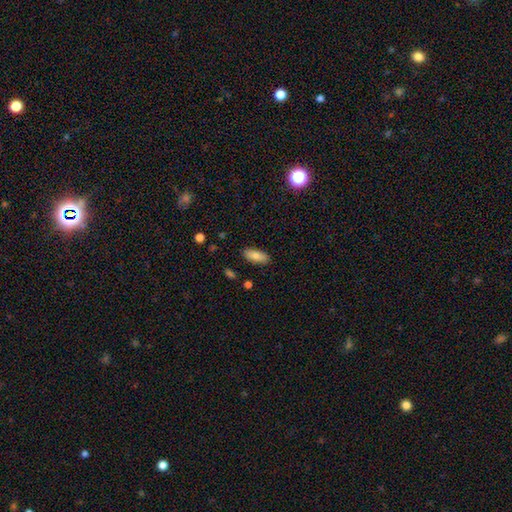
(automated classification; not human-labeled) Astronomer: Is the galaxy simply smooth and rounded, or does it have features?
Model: smooth — 81%.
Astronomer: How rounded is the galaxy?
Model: in between — 80%.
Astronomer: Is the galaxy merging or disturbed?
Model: none — 87%.